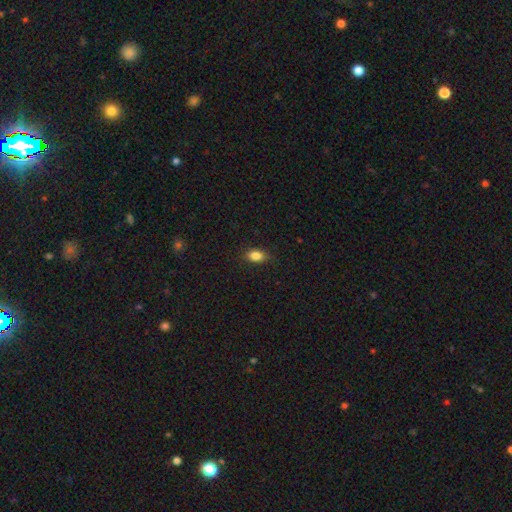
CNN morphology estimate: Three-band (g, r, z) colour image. It shows a smooth galaxy with no disk features (85%) that is in between round and cigar-shaped (83%). Merging: none (83%).